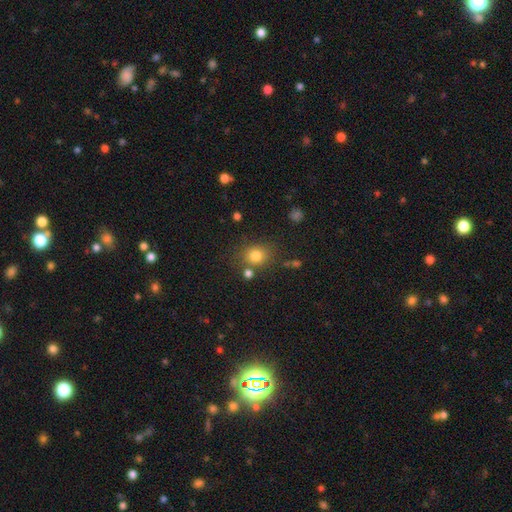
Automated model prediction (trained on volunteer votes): Smooth or featured? smooth (79%)
How rounded? round (68%)
Merging? none (74%)